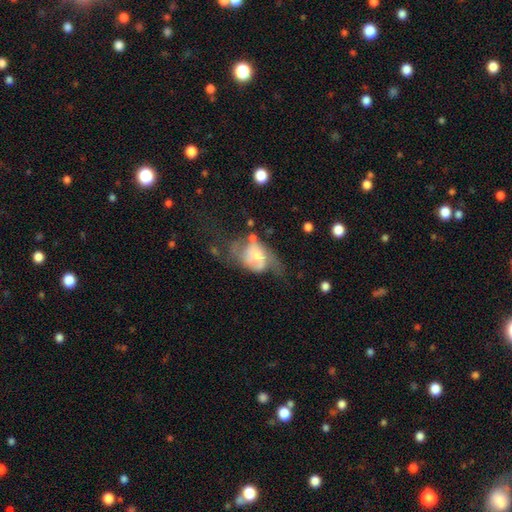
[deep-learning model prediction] This is possibly a featured or disk galaxy (57%). It is clearly not viewed edge-on (96%). Bar: likely no (68%). Spiral arm pattern: likely yes (67%). Central bulge: possibly moderate (46%). Merging: marginally major disturbance (43%).